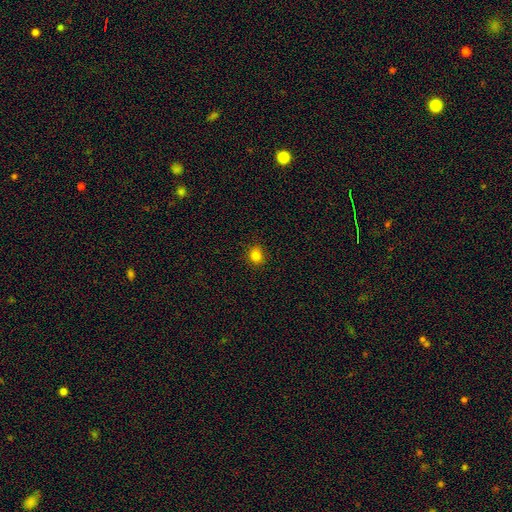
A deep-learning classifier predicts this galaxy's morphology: This is clearly a smooth galaxy (82%). How rounded: likely round (79%). Merging: clearly none (89%).